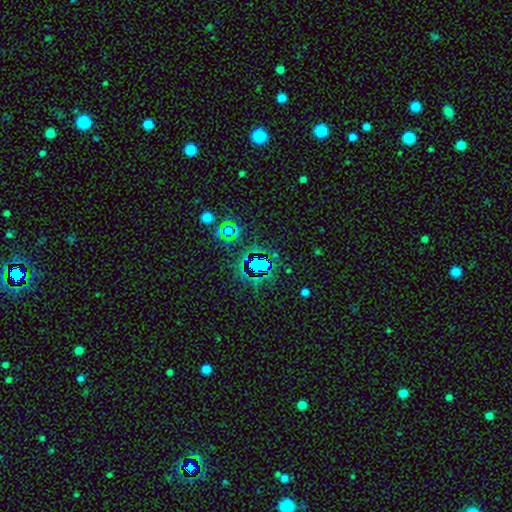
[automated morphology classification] star or artifact 72%, smooth 18%, featured or disk 10%.